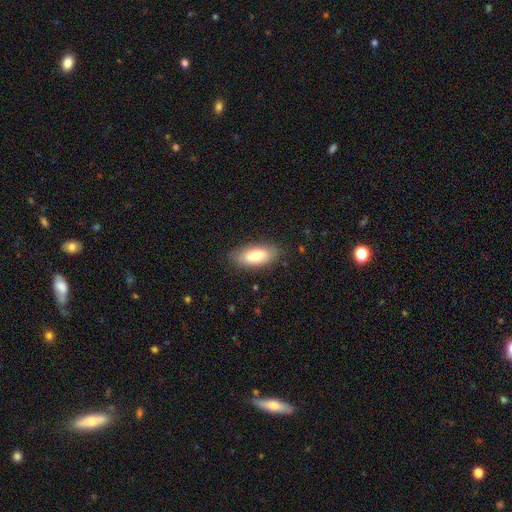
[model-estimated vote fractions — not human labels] Smooth or featured? smooth (76%)
How rounded? in between (84%)
Merging? none (82%)